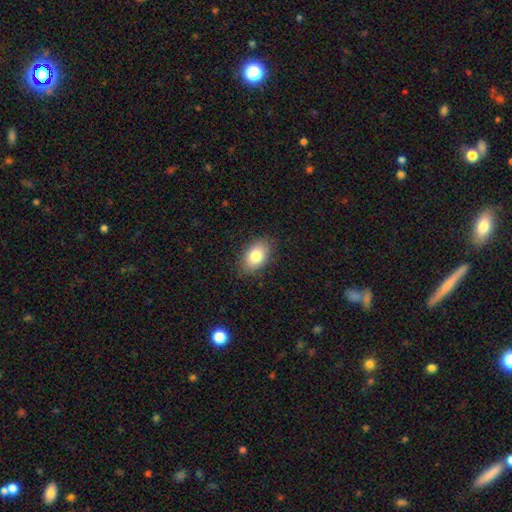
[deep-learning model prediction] Morphology: type=smooth (80%); roundness=in between (87%); merging=none (85%).